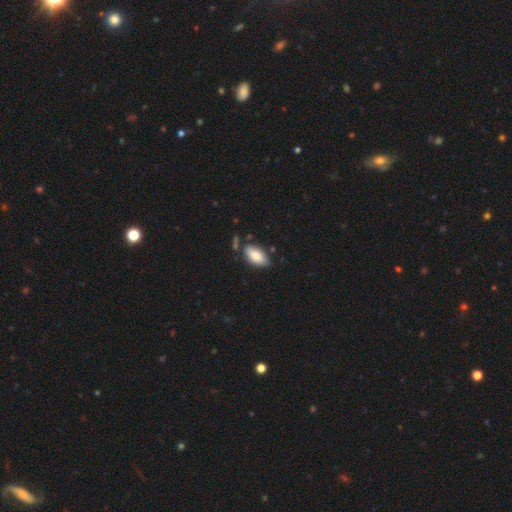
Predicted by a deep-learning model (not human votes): Morphology: type=smooth (85%); roundness=in between (93%); merging=none (73%).